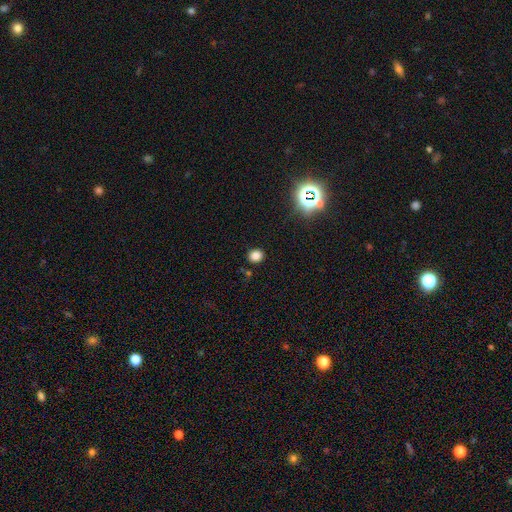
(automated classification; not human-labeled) A smooth galaxy with no disk features (80%) that is round (79%).

Vote fractions:
- Smooth or featured? smooth: 80% / star or artifact: 16% / featured or disk: 4%
- How rounded? round: 79% / in between: 20% / cigar-shaped: 1%
- Merging? none: 86% / minor disturbance: 8% / merger: 3% / major disturbance: 3%